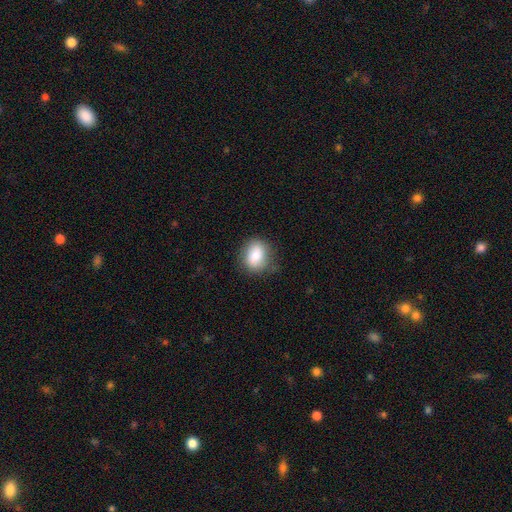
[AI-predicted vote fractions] Smooth or featured: smooth — 78% (featured or disk — 14%)
How rounded: in between — 50% (round — 49%)
Merging: none — 76% (minor disturbance — 18%)